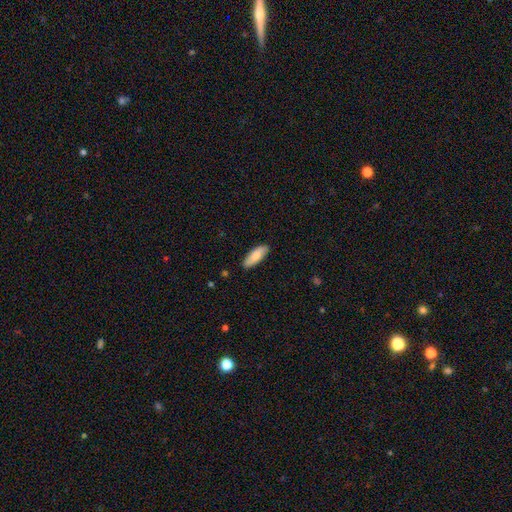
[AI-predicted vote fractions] Overall: smooth (83%). How rounded: in between (66%; cigar-shaped 32%). Merging: none (87%).